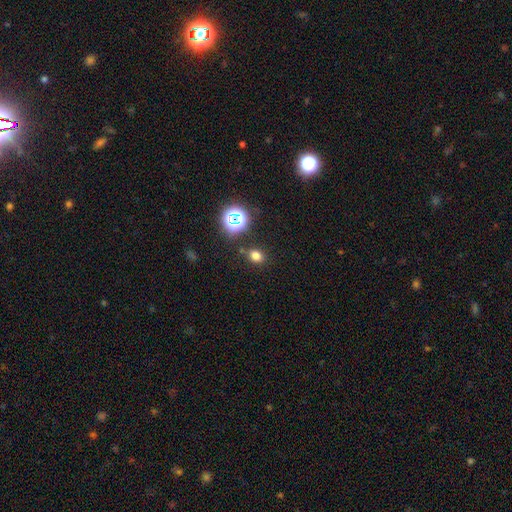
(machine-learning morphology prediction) A smooth galaxy with no disk features (72%) that is round (51%). Merging: none (81%).